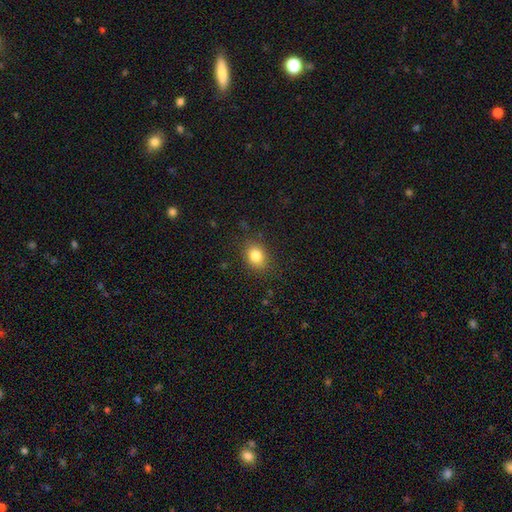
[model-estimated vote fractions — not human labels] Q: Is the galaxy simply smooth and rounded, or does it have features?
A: smooth — 83%.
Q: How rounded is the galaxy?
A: in between — 57%.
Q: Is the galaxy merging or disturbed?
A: none — 84%.